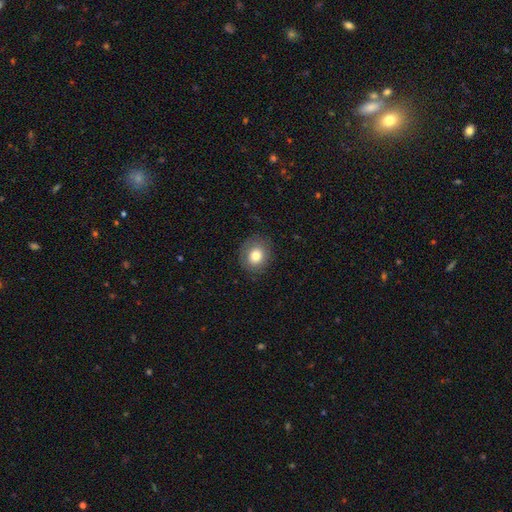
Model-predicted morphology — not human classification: The model was most divided on "how rounded": round: 75%, in between: 24%, cigar-shaped: 1%. More confident: merging — none (80%); smooth or featured — smooth (77%).